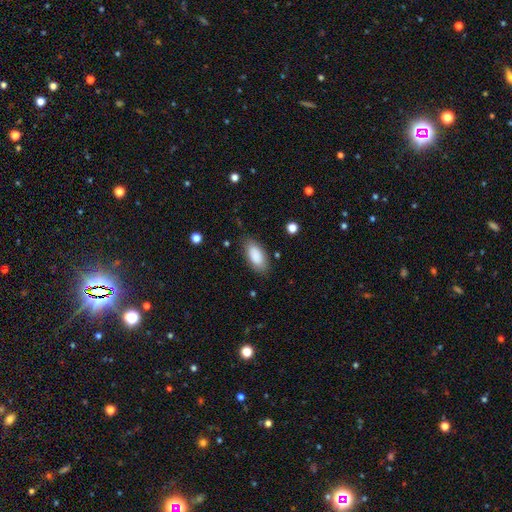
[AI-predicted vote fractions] Smooth or featured? Predicted: smooth (p=0.88). How rounded? Predicted: in between (p=0.91). Merging? Predicted: none (p=0.82).